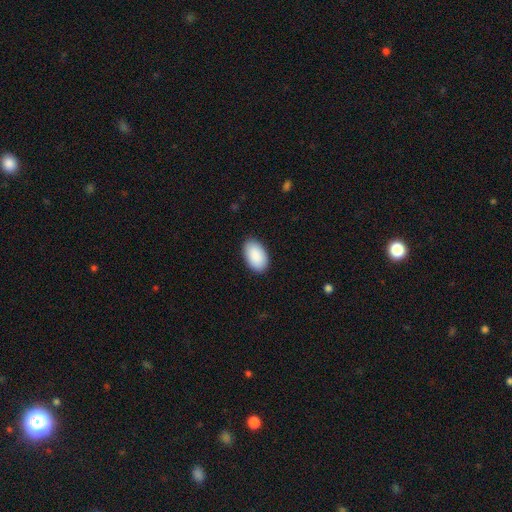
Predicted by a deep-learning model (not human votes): Smooth or featured?
  - smooth: 91% *
  - star or artifact: 5%
  - featured or disk: 3%
How rounded?
  - in between: 95% *
  - round: 4%
  - cigar-shaped: 1%
Merging?
  - none: 88% *
  - minor disturbance: 9%
  - major disturbance: 2%
  - merger: 1%